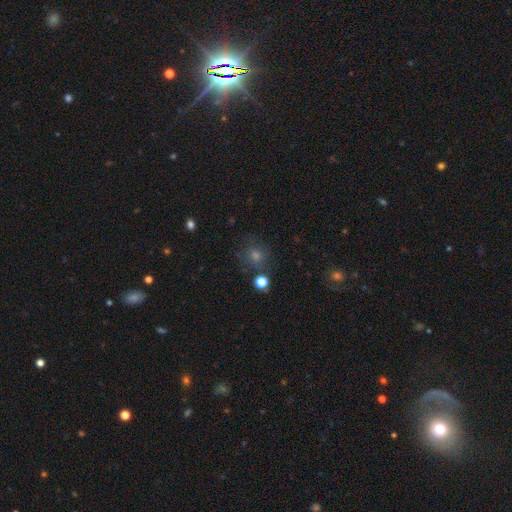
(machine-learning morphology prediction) smooth 50%, star or artifact 34%, featured or disk 15%. Down the decision tree: how rounded — round (85%); merging — none (75%).